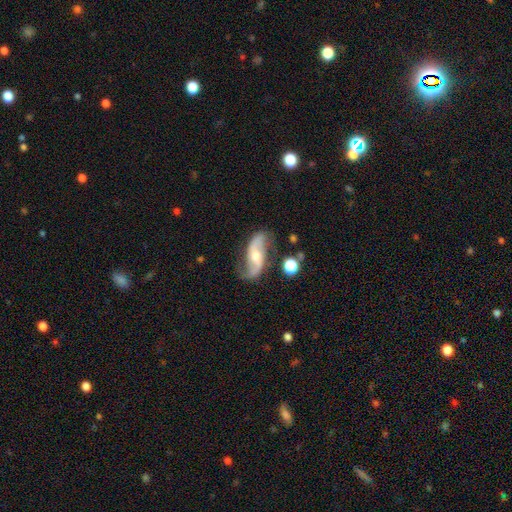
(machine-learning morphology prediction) A featured or disk galaxy (86%) with no bar (42%), 2 (92%) loose (67%) spiral arms (96%) and a moderate central bulge (60%).

Vote fractions:
- Smooth or featured? featured or disk: 86% / smooth: 9% / star or artifact: 5%
- Edge-on disk? no: 95% / yes: 5%
- Bar? no: 42% / weak: 38% / strong: 20%
- Spiral arms? yes: 96% / no: 4%
- Spiral winding? loose: 67% / medium: 25% / tight: 8%
- Spiral arm count? 2: 92% / can't tell: 3% / 1: 2% / 3: 1% / 4: 1% / more than 4: 1%
- Bulge size? moderate: 60% / small: 32% / large: 5% / none: 2% / dominant: 1%
- Merging? none: 72% / minor disturbance: 17% / major disturbance: 7% / merger: 3%